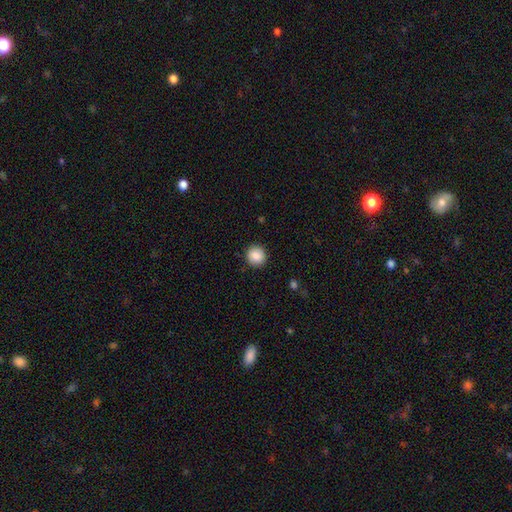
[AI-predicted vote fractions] Overall: smooth (87%). How rounded: round (91%). Merging: none (91%).